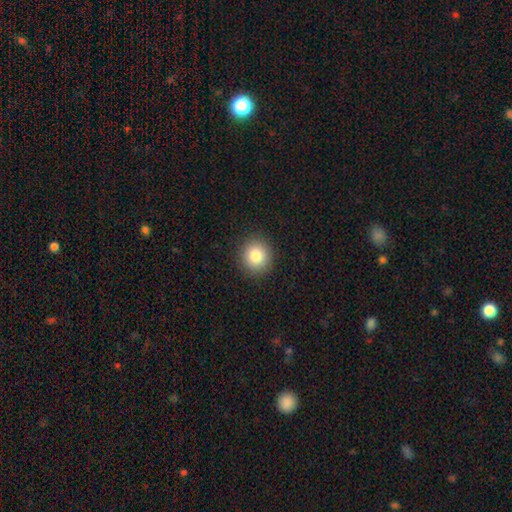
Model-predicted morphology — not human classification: This appears to be a smooth galaxy with no disk features (84%) that is round (88%). Merging: none (91%).